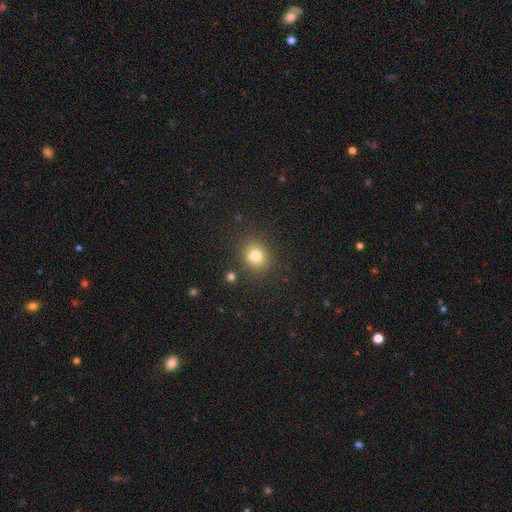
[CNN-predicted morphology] Smooth or featured: smooth — 78% (star or artifact — 13%)
How rounded: round — 72% (in between — 27%)
Merging: none — 81% (minor disturbance — 11%)